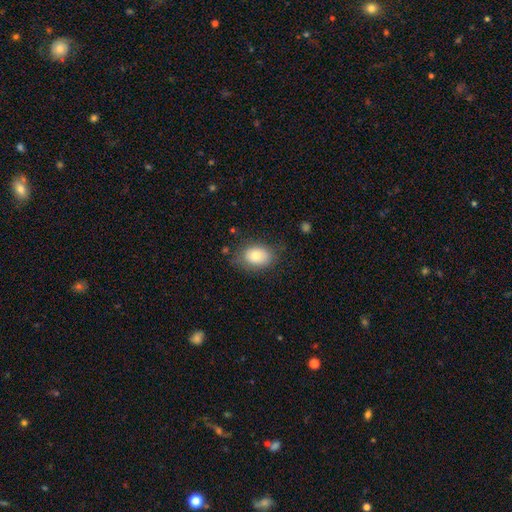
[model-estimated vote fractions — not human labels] Morphology: type=smooth (78%); roundness=in between (73%); merging=none (72%).